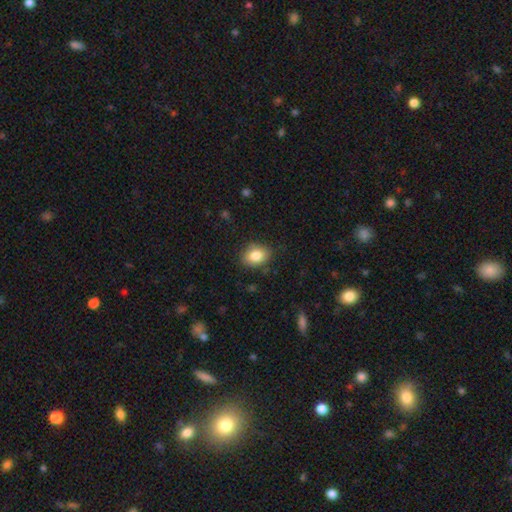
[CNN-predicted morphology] smooth 84%, star or artifact 8%, featured or disk 8%. Down the decision tree: how rounded — in between (72%); merging — none (83%).